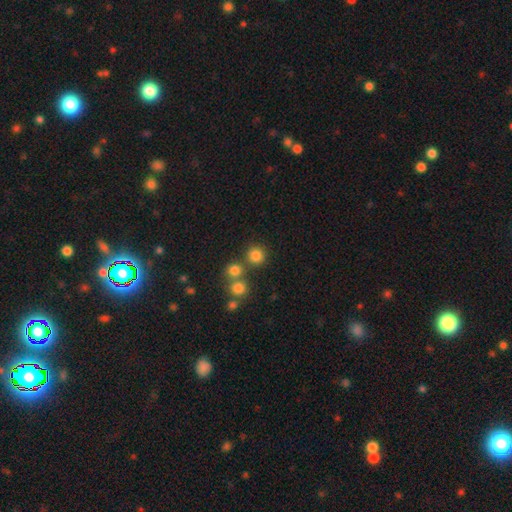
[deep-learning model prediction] A smooth galaxy with no disk features (80%) that is round (92%).

Vote fractions:
- Smooth or featured? smooth: 80% / star or artifact: 14% / featured or disk: 6%
- How rounded? round: 92% / in between: 7% / cigar-shaped: 1%
- Merging? none: 74% / merger: 16% / minor disturbance: 7% / major disturbance: 3%